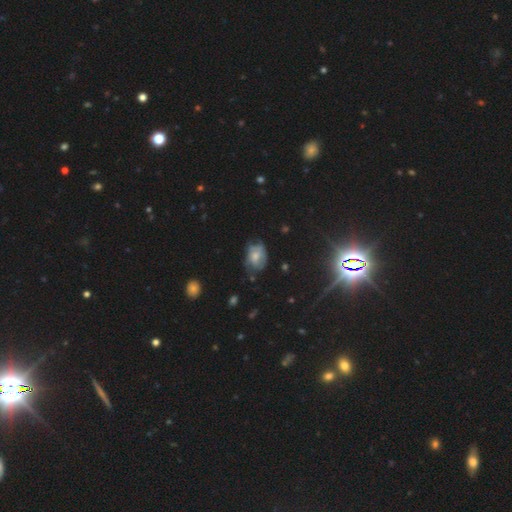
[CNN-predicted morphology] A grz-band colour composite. It shows a smooth galaxy with no disk features (50%). Merging: none (51%).